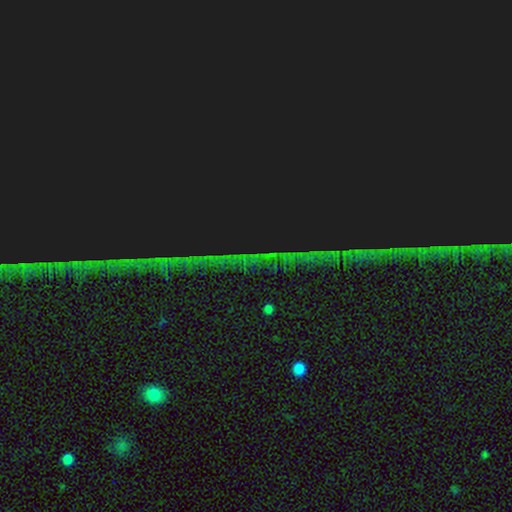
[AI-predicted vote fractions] star or artifact 84%, smooth 9%, featured or disk 8%.